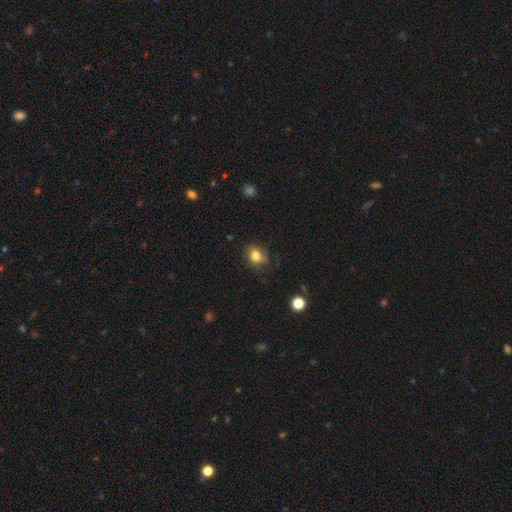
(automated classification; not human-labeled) Smooth or featured?
  - smooth: 82% *
  - star or artifact: 10%
  - featured or disk: 8%
How rounded?
  - round: 51% *
  - in between: 48%
  - cigar-shaped: 1%
Merging?
  - none: 72% *
  - minor disturbance: 21%
  - major disturbance: 5%
  - merger: 2%